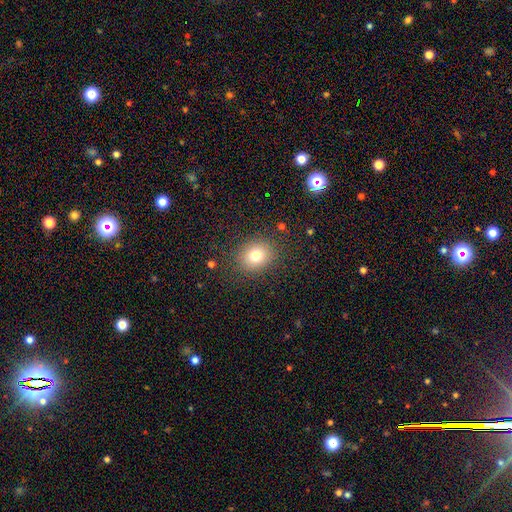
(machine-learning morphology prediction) This appears to be a smooth galaxy with no disk features (77%) that is round (65%). Merging: none (86%).